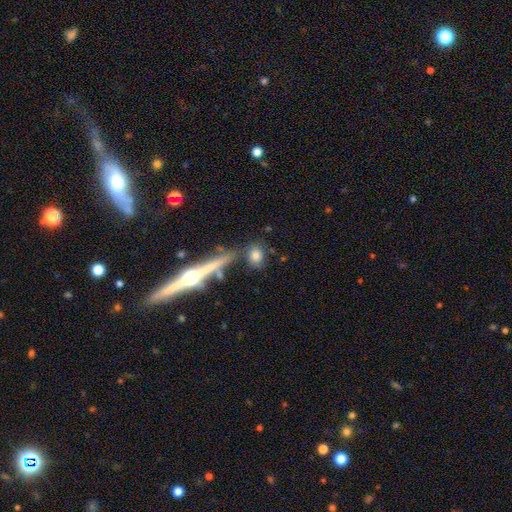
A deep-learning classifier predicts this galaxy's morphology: Overall: smooth (78%). How rounded: round (51%; in between 36%). Merging: none (69%).